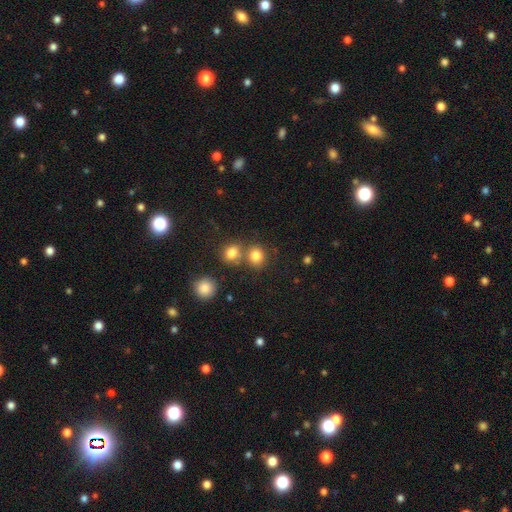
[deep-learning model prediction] A smooth galaxy with no disk features (80%) that is round (78%). Merging: none (60%).